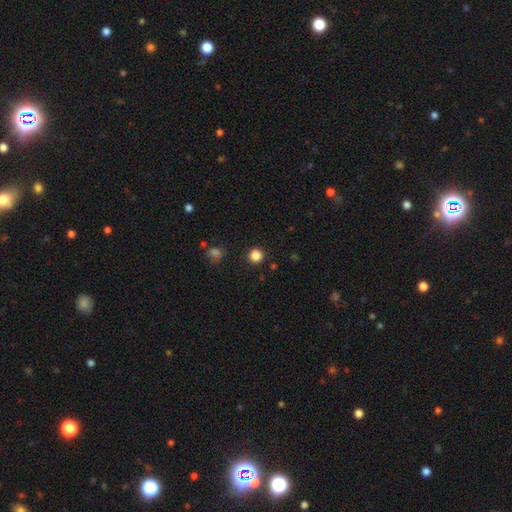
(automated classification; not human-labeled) Morphology: type=smooth (85%); roundness=round (94%); merging=none (92%).